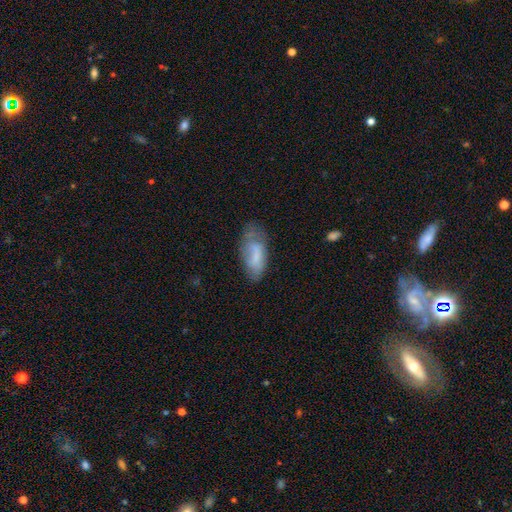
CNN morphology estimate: This is likely a smooth galaxy (66%). How rounded: clearly in between (85%). Merging: possibly none (46%).